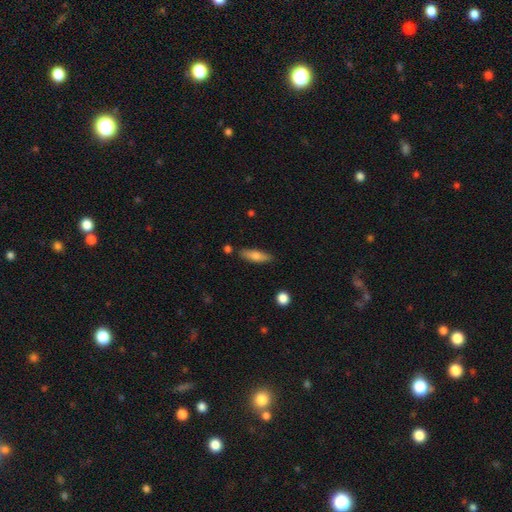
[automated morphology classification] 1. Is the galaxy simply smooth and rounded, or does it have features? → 71% smooth, 23% featured or disk, 7% star or artifact.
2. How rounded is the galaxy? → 55% cigar-shaped, 43% in between, 2% round.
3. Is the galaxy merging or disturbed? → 83% none, 11% minor disturbance, 4% merger, 2% major disturbance.